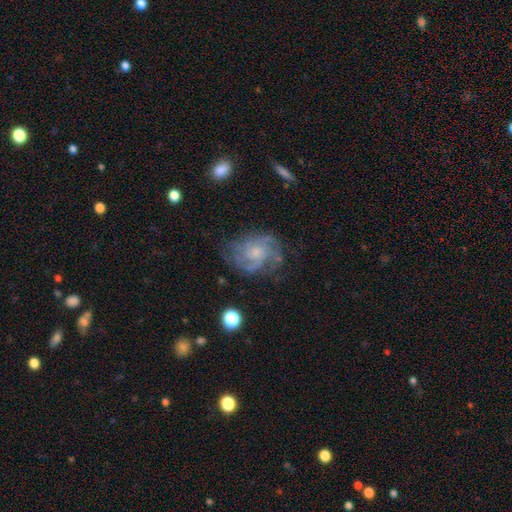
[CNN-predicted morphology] A featured or disk galaxy (69%) with no bar (70%), tight (50%) spiral arms (90%) and a small central bulge (47%). Merging: none (71%).